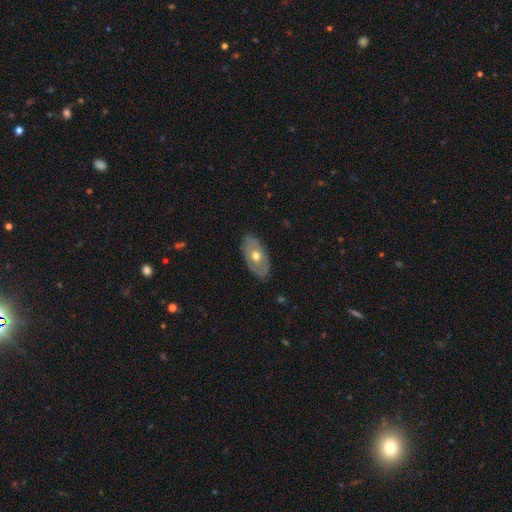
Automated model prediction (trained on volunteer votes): Q: Smooth or featured?
A: featured or disk (53%); runner-up: smooth (41%)
Q: Edge-on disk?
A: no (84%); runner-up: yes (16%)
Q: Merging?
A: none (83%); runner-up: minor disturbance (13%)